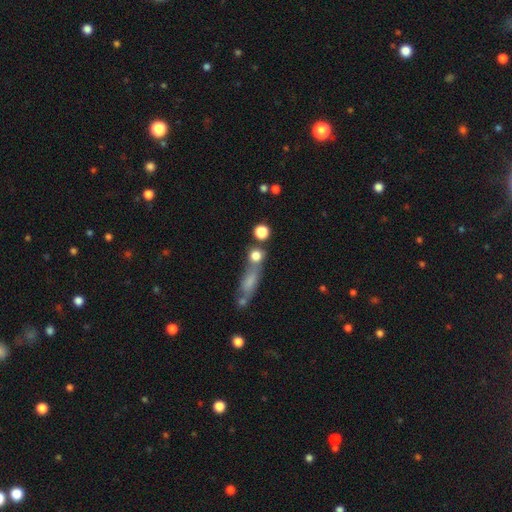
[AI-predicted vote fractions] This is likely a smooth galaxy (75%). How rounded: likely round (70%). Merging: possibly none (56%).